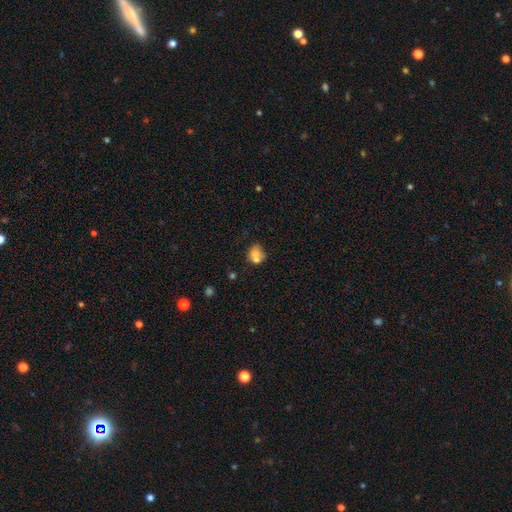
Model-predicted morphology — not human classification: Smooth or featured? smooth (69%)
How rounded? round (62%)
Merging? merger (47%)